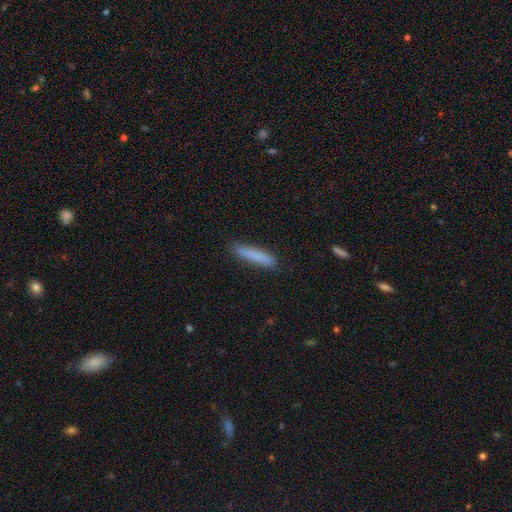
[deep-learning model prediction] This appears to be a smooth galaxy with no disk features (80%) that is cigar-shaped (90%). Merging: none (82%).